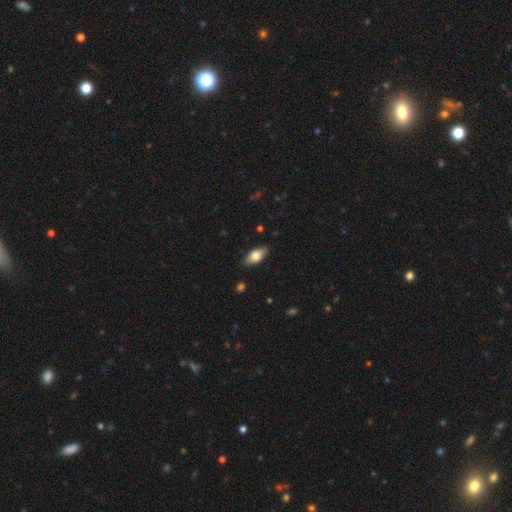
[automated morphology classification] Smooth or featured: smooth — 71% (featured or disk — 23%)
How rounded: in between — 85% (cigar-shaped — 12%)
Merging: none — 86% (minor disturbance — 11%)